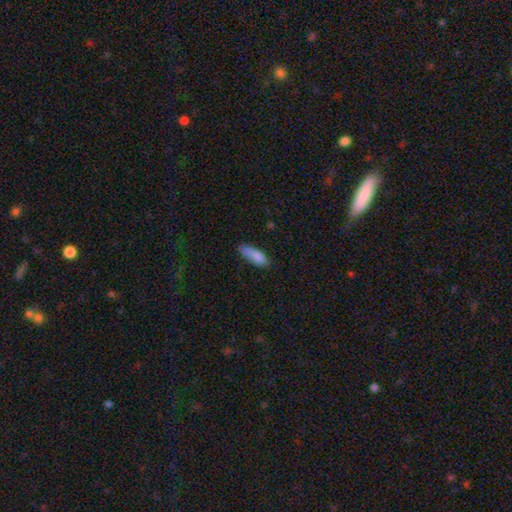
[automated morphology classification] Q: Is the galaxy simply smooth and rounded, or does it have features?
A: smooth — 84%.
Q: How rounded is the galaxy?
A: in between — 56%.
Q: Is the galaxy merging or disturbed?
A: none — 58%.